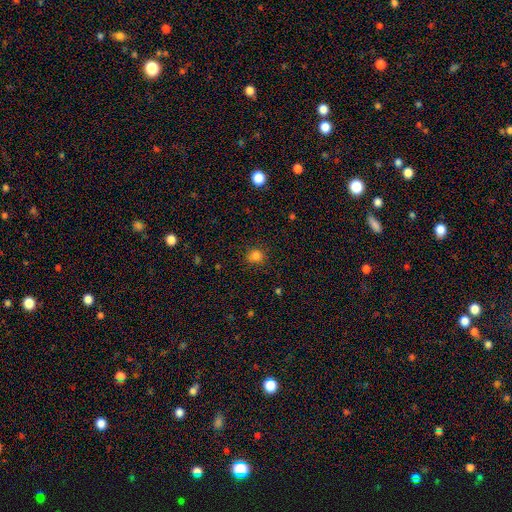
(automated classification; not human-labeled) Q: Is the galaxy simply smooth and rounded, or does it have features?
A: smooth — 83%.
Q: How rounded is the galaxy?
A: round — 84%.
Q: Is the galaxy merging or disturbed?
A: none — 87%.